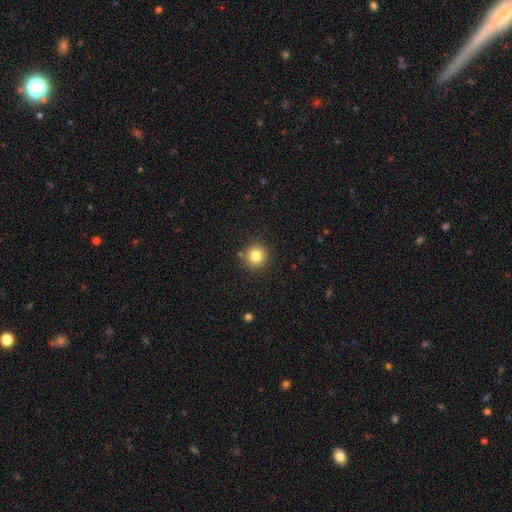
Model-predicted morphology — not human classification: A smooth galaxy with no disk features (82%) that is round (94%).

Vote fractions:
- Smooth or featured? smooth: 82% / star or artifact: 11% / featured or disk: 7%
- How rounded? round: 94% / in between: 5% / cigar-shaped: 1%
- Merging? none: 89% / minor disturbance: 6% / merger: 3% / major disturbance: 2%